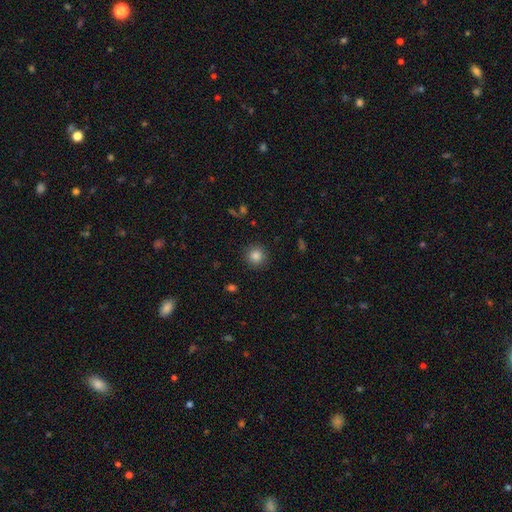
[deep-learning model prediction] Smooth or featured: smooth — 85% (star or artifact — 11%)
How rounded: round — 94% (in between — 5%)
Merging: none — 91% (minor disturbance — 6%)